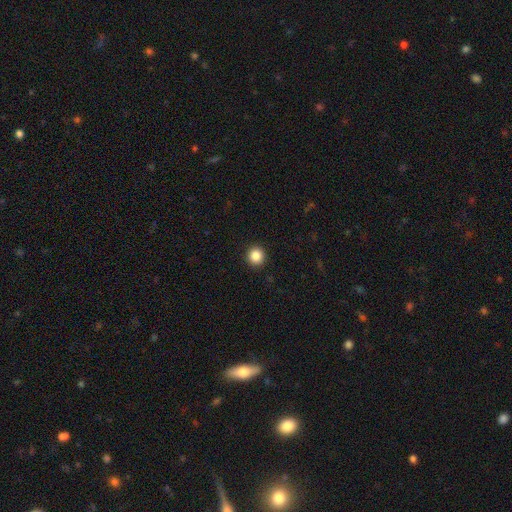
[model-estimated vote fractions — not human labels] Overall: smooth (87%). How rounded: round (94%). Merging: none (93%).